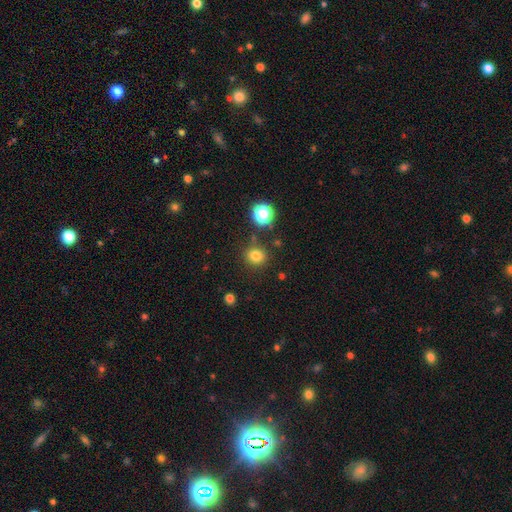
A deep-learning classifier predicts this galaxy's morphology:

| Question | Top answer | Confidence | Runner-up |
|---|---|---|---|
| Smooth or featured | smooth | 78% | star or artifact (16%) |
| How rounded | round | 85% | in between (14%) |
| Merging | none | 83% | minor disturbance (9%) |